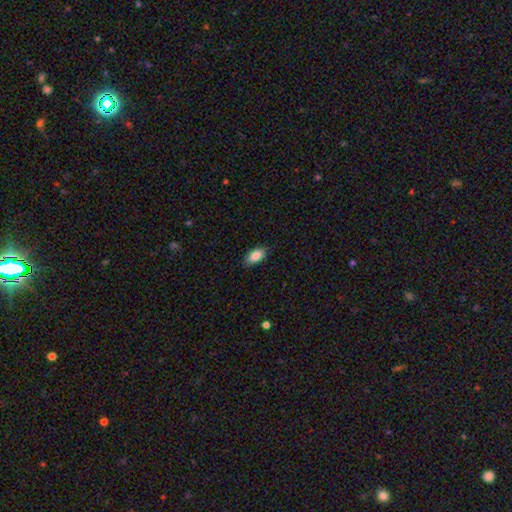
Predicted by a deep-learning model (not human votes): Overall: smooth (86%). How rounded: in between (91%). Merging: none (84%).